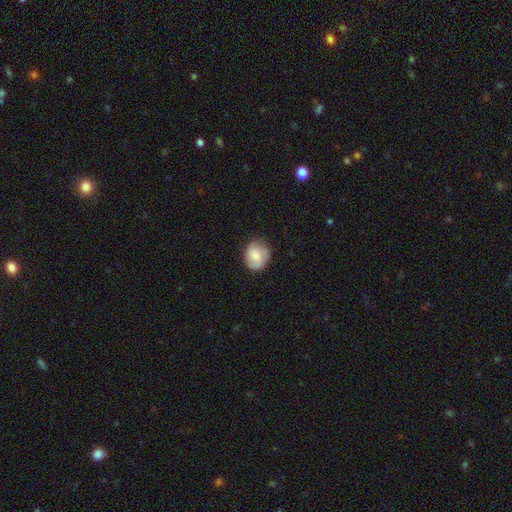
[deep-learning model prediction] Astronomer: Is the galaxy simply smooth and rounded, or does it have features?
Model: smooth — 66%.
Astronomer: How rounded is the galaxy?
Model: round — 75%.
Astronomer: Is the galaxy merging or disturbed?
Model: none — 78%.